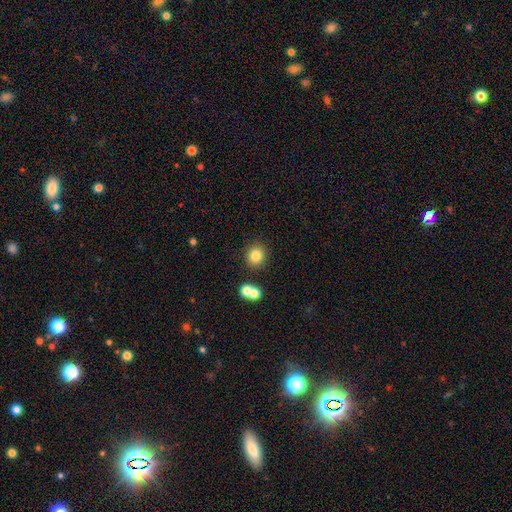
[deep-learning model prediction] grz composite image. It shows a smooth galaxy with no disk features (81%) that is round (89%). Merging: none (84%).